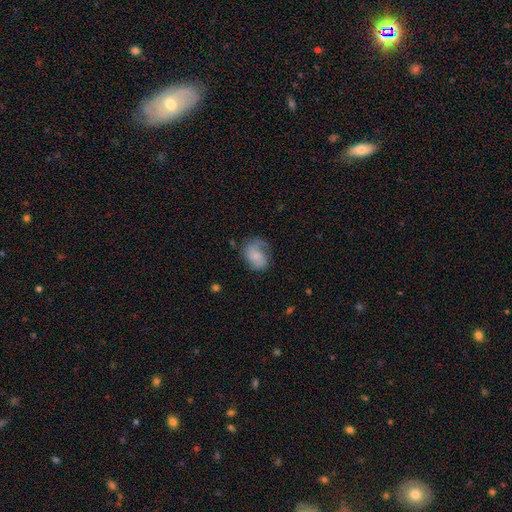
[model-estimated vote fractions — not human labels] This is possibly a smooth galaxy (59%). How rounded: likely in between (71%). Merging: marginally none (44%).